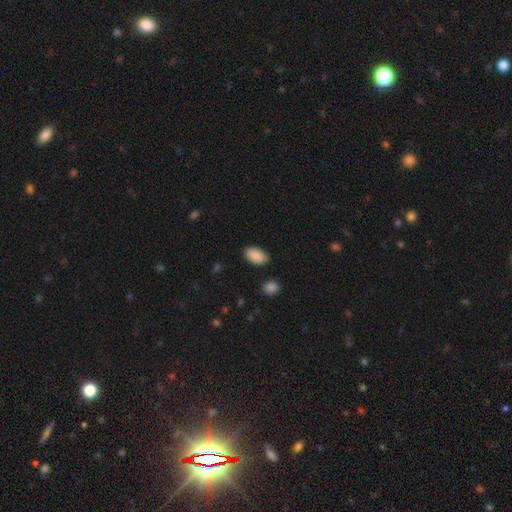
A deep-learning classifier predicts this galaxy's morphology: Smooth or featured?
  - smooth: 90% *
  - star or artifact: 7%
  - featured or disk: 3%
How rounded?
  - in between: 93% *
  - round: 5%
  - cigar-shaped: 1%
Merging?
  - none: 85% *
  - minor disturbance: 11%
  - major disturbance: 2%
  - merger: 2%